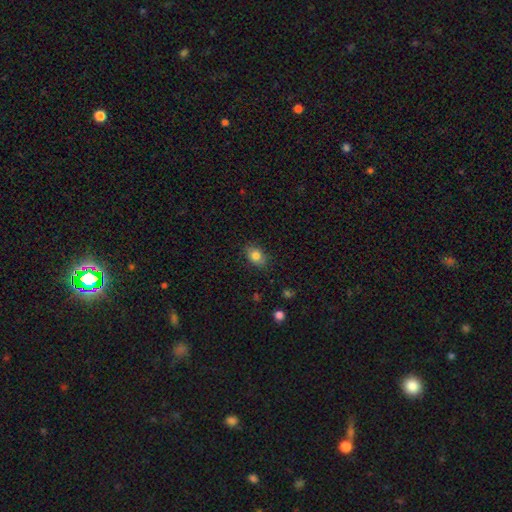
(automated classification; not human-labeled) Smooth or featured?
  - smooth: 81% *
  - featured or disk: 10%
  - star or artifact: 9%
How rounded?
  - in between: 78% *
  - round: 21%
  - cigar-shaped: 1%
Merging?
  - none: 82% *
  - minor disturbance: 14%
  - major disturbance: 3%
  - merger: 1%